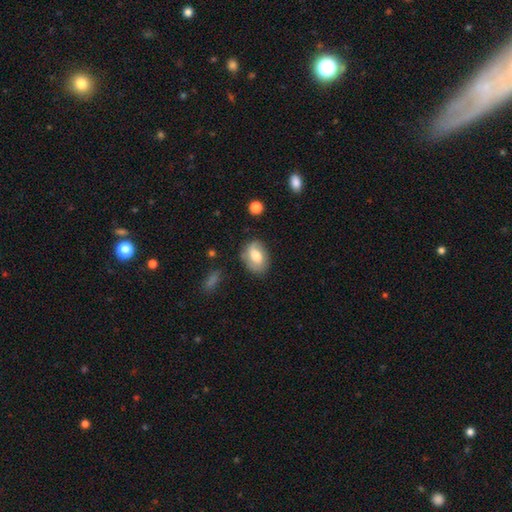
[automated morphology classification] type=smooth (65%); roundness=in between (81%); merging=none (69%).